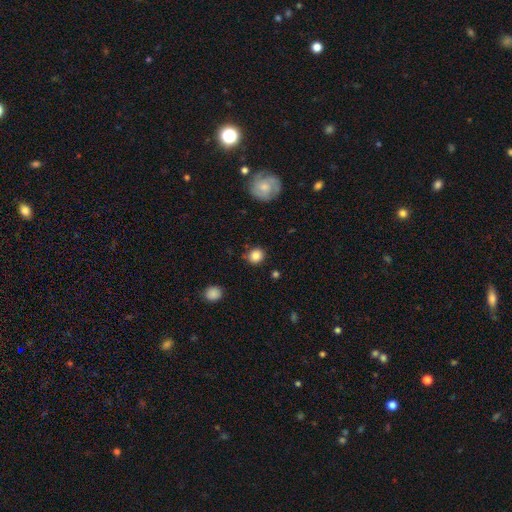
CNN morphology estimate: smooth-or-featured: smooth: 85% | star or artifact: 10% | featured or disk: 5%
  how-rounded: round: 86% | in between: 13% | cigar-shaped: 1%
  merging: none: 85% | minor disturbance: 10% | major disturbance: 3% | merger: 2%